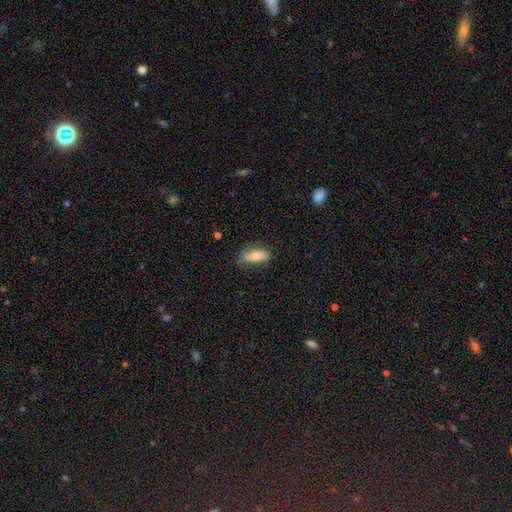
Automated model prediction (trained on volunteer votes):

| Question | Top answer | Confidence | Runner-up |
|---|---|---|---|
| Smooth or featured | smooth | 65% | featured or disk (29%) |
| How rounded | in between | 76% | cigar-shaped (20%) |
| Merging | none | 70% | minor disturbance (22%) |